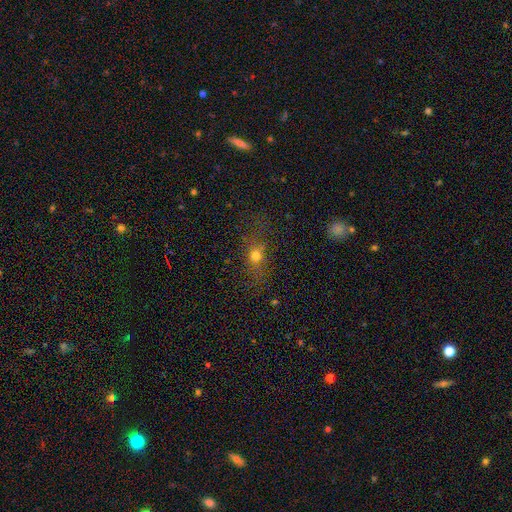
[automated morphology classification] Smooth or featured?
  - smooth: 61% *
  - star or artifact: 22%
  - featured or disk: 17%
How rounded?
  - round: 45% *
  - in between: 44%
  - cigar-shaped: 11%
Merging?
  - none: 69% *
  - minor disturbance: 17%
  - major disturbance: 11%
  - merger: 3%